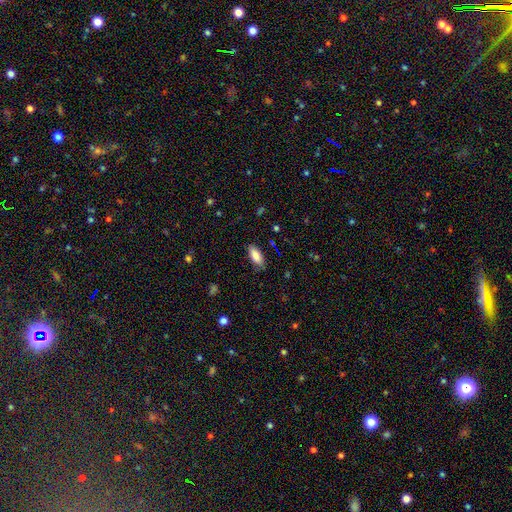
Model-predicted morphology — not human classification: The model was most divided on "merging": none: 84%, minor disturbance: 13%, major disturbance: 3%, merger: 1%. More confident: smooth or featured — smooth (87%); how rounded — in between (87%).